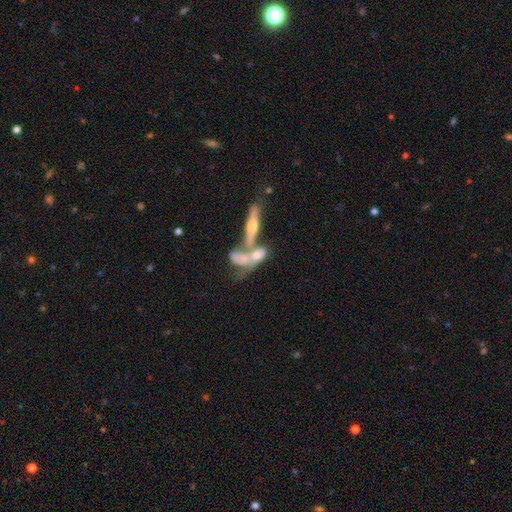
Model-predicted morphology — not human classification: smooth-or-featured: featured or disk: 60% | smooth: 30% | star or artifact: 9%
  disk-edge-on: no: 51% | yes: 49%
  merging: merger: 58% | none: 22% | minor disturbance: 10% | major disturbance: 9%